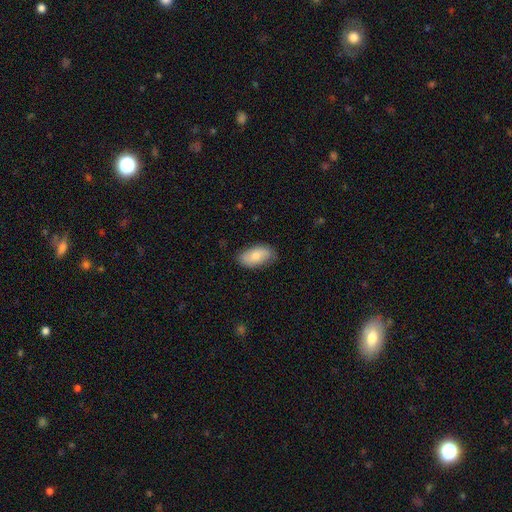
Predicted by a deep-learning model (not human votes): Smooth or featured?
  - smooth: 76% *
  - featured or disk: 18%
  - star or artifact: 6%
How rounded?
  - in between: 94% *
  - round: 3%
  - cigar-shaped: 3%
Merging?
  - none: 81% *
  - minor disturbance: 16%
  - major disturbance: 3%
  - merger: 1%